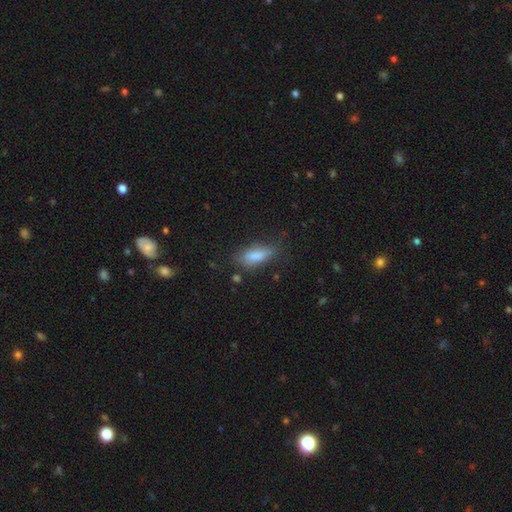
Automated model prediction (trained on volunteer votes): Smooth or featured: smooth — 81% (featured or disk — 11%)
How rounded: in between — 71% (cigar-shaped — 27%)
Merging: none — 65% (minor disturbance — 24%)